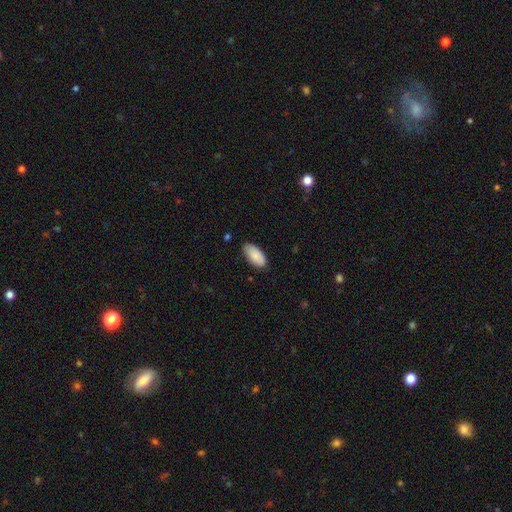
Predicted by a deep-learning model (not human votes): Smooth or featured? smooth (87%)
How rounded? in between (94%)
Merging? none (80%)